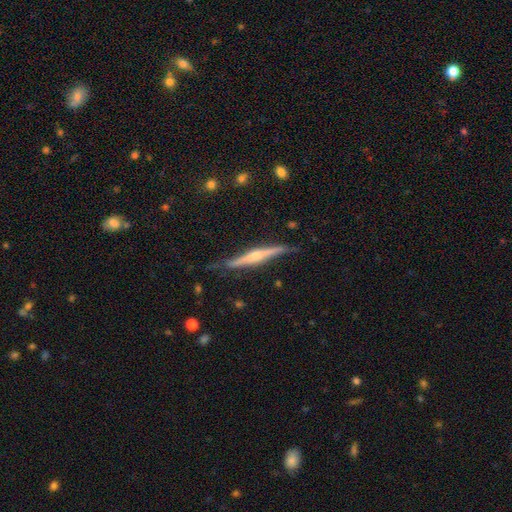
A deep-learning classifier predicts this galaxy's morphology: featured or disk 77%, smooth 17%, star or artifact 6%. Down the decision tree: edge-on disk — yes (97%); edge-on bulge — rounded (80%); merging — none (78%).